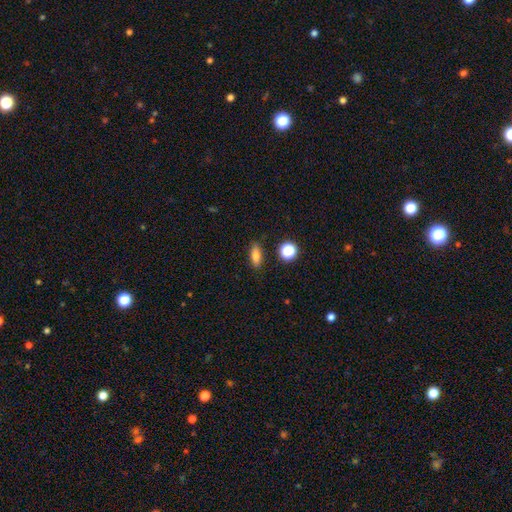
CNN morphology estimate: A smooth galaxy with no disk features (79%) that is in between round and cigar-shaped (66%). Merging: none (85%).